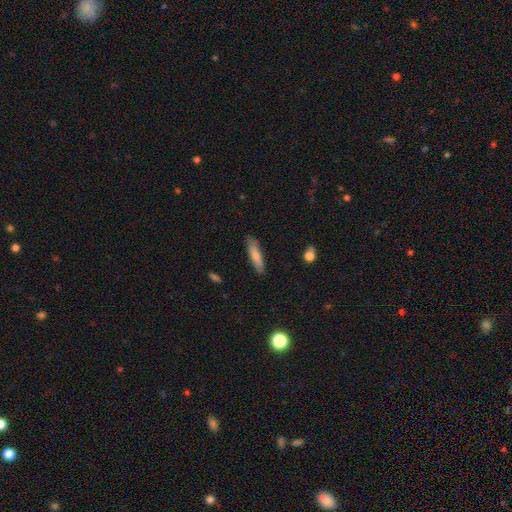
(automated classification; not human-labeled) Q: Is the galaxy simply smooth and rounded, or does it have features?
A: smooth — 73%.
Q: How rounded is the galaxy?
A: cigar-shaped — 78%.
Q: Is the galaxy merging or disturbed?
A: none — 85%.